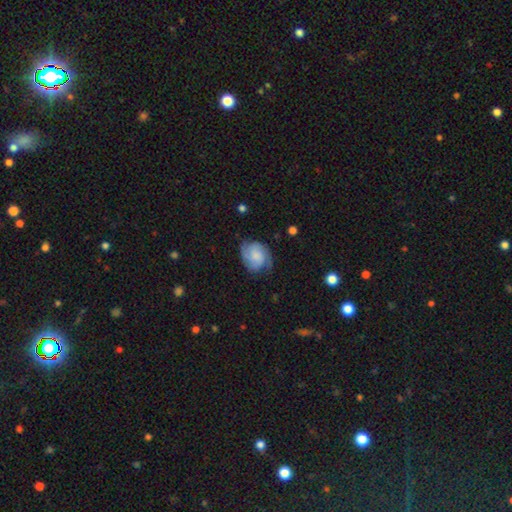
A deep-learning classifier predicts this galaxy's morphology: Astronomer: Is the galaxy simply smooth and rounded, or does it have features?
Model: featured or disk — 57% (runner-up: smooth, 36%).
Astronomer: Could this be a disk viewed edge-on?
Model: no — 98%.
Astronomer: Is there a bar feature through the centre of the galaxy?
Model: no — 71%.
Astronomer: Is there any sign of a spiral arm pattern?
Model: yes — 91%.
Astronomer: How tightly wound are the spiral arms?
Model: tight — 43% (runner-up: medium, 42%).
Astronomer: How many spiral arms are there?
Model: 2 — 51%.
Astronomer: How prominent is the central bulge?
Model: none — 34% (runner-up: small, 29%).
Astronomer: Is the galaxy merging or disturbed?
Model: none — 64%.